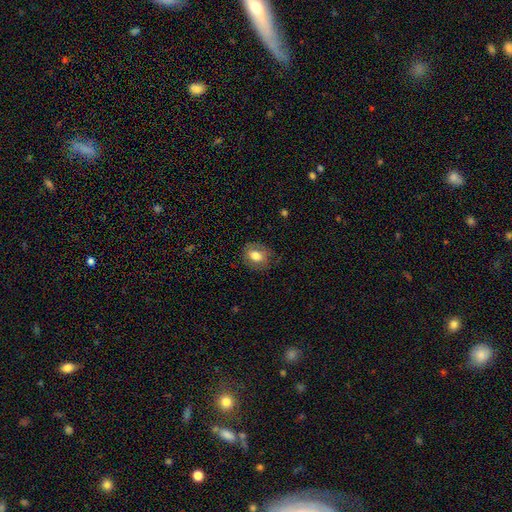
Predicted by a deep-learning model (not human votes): A smooth galaxy with no disk features (71%) that is in between round and cigar-shaped (54%).

Vote fractions:
- Smooth or featured? smooth: 71% / featured or disk: 20% / star or artifact: 9%
- How rounded? in between: 54% / round: 45% / cigar-shaped: 1%
- Merging? none: 75% / minor disturbance: 18% / major disturbance: 6% / merger: 1%